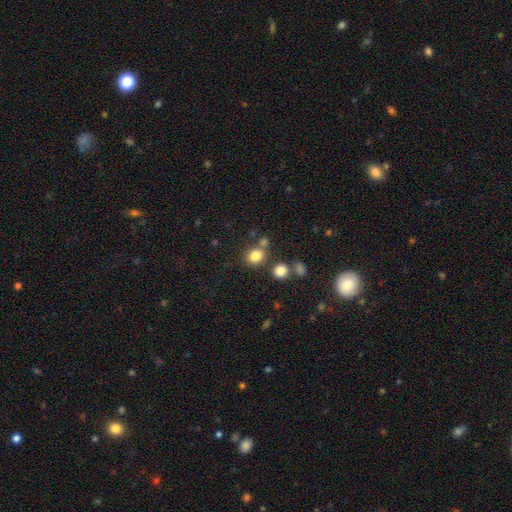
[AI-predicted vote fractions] Q: Smooth or featured?
A: smooth (82%); runner-up: star or artifact (12%)
Q: How rounded?
A: round (69%); runner-up: in between (30%)
Q: Merging?
A: none (70%); runner-up: merger (15%)